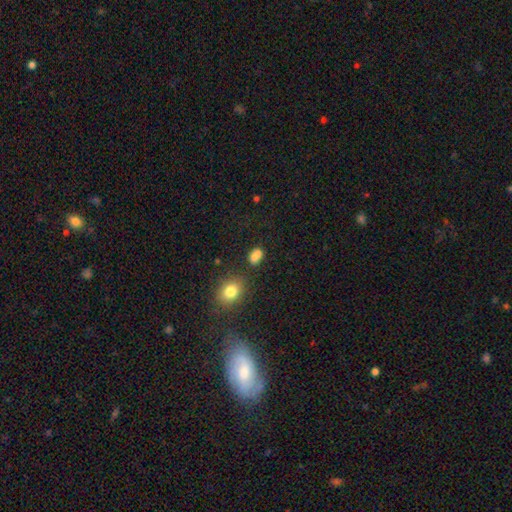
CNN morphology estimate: type=smooth (77%); roundness=in between (68%); merging=none (50%).